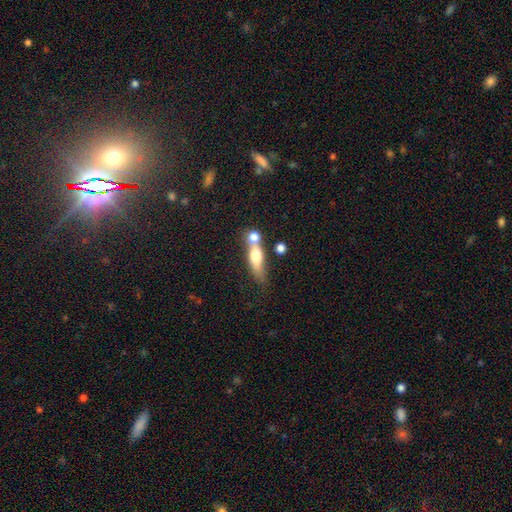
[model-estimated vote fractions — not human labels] This appears to be a smooth galaxy with no disk features (64%) that is in between round and cigar-shaped (50%). Merging: merger (50%).